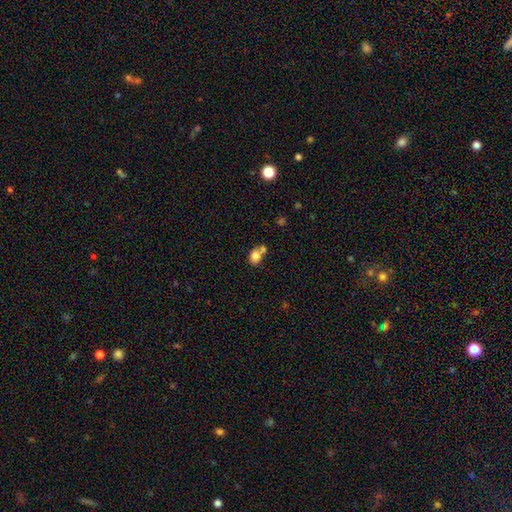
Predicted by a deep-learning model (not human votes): smooth 80%, featured or disk 10%, star or artifact 10%. Down the decision tree: how rounded — in between (51%); merging — merger (46%).